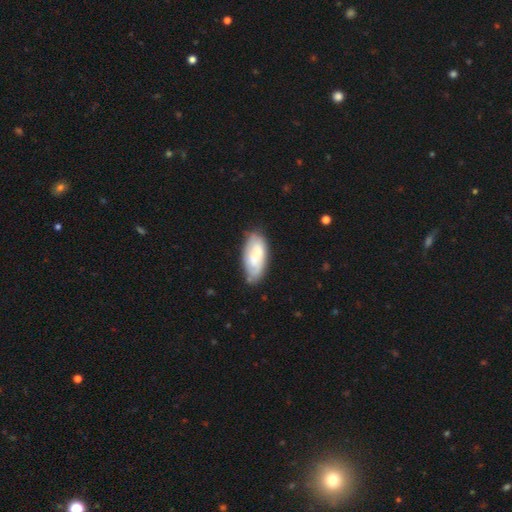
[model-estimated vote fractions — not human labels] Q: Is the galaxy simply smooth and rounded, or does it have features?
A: smooth — 56%.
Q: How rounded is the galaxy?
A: in between — 90%.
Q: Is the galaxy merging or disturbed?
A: none — 67%.